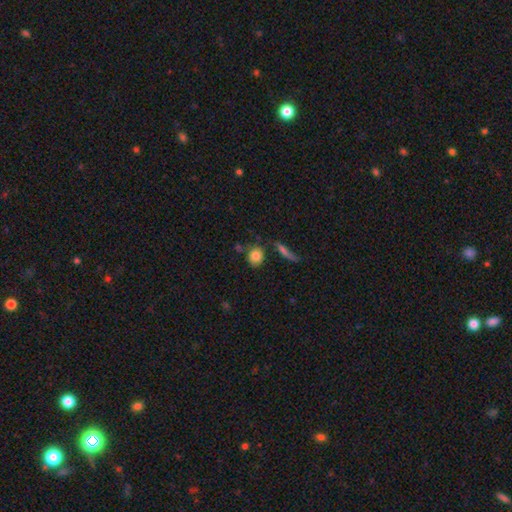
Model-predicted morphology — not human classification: This appears to be a smooth galaxy with no disk features (83%) that is round (67%). Merging: none (71%).